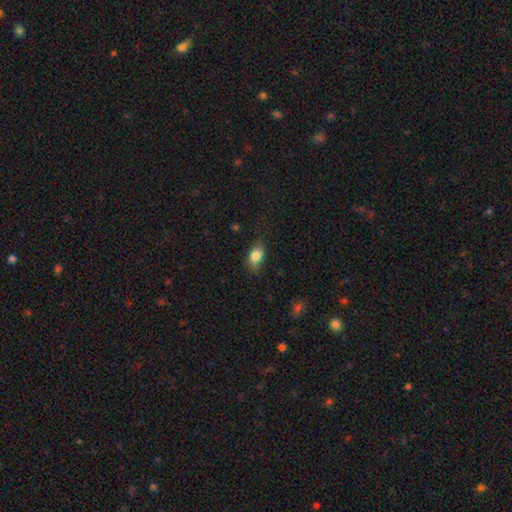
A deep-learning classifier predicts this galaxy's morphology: This appears to be a smooth galaxy with no disk features (81%) that is in between round and cigar-shaped (82%). Merging: none (64%).